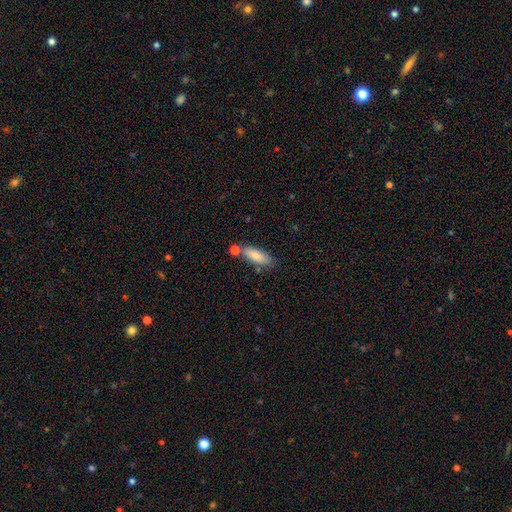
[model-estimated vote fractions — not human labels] Smooth or featured? smooth (83%)
How rounded? in between (65%)
Merging? none (65%)